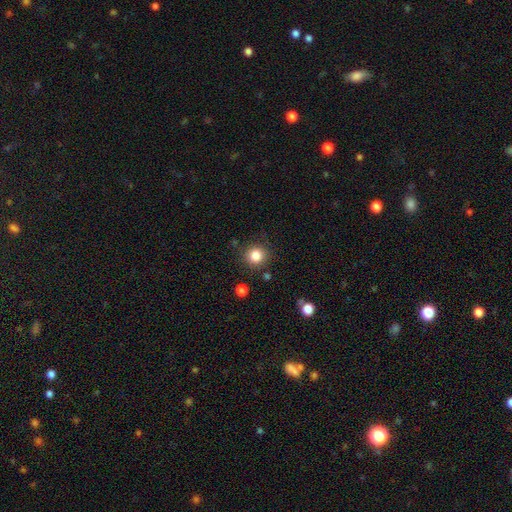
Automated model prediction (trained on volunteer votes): This appears to be a smooth galaxy with no disk features (84%) that is round (92%). Merging: none (86%).